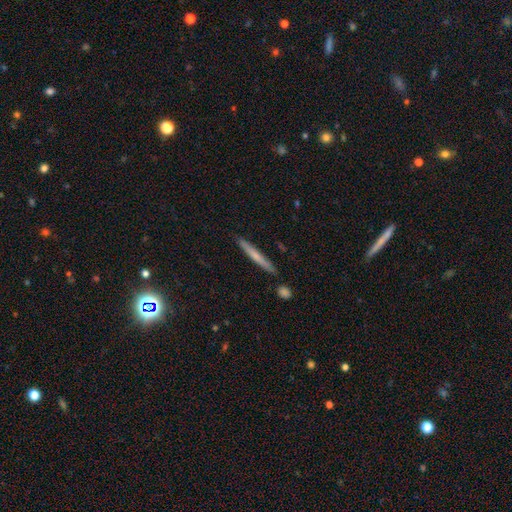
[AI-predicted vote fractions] Overall: smooth (55%; featured or disk 39%). How rounded: cigar-shaped (96%). Merging: none (88%).